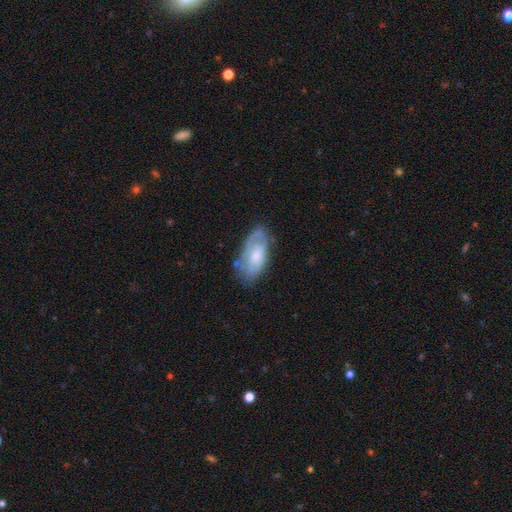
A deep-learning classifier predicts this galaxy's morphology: Smooth or featured: featured or disk — 49% (smooth — 44%)
Merging: none — 63% (minor disturbance — 26%)